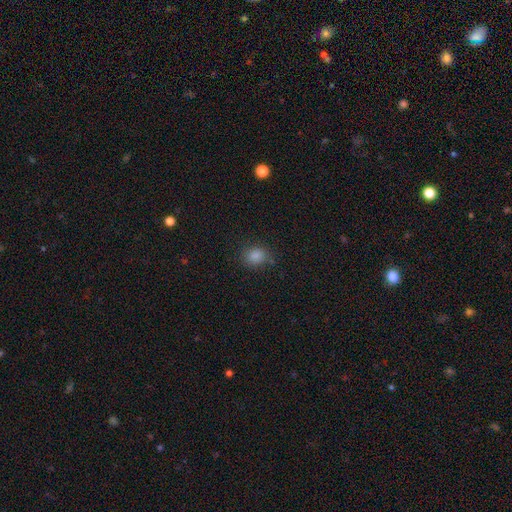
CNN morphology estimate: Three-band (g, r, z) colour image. It shows a smooth galaxy with no disk features (84%) that is round (55%). Merging: none (75%).